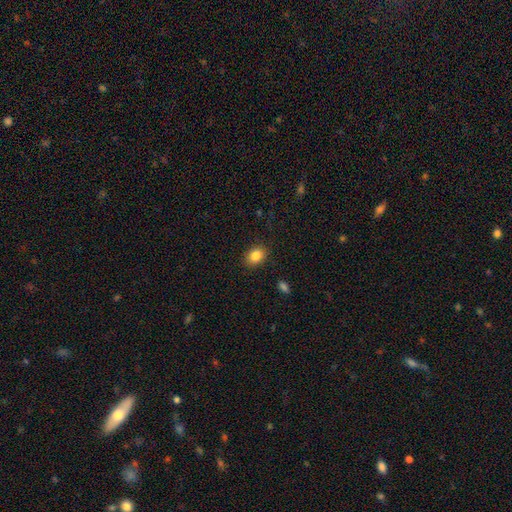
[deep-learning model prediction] This is clearly a smooth galaxy (85%). How rounded: likely in between (67%). Merging: clearly none (88%).